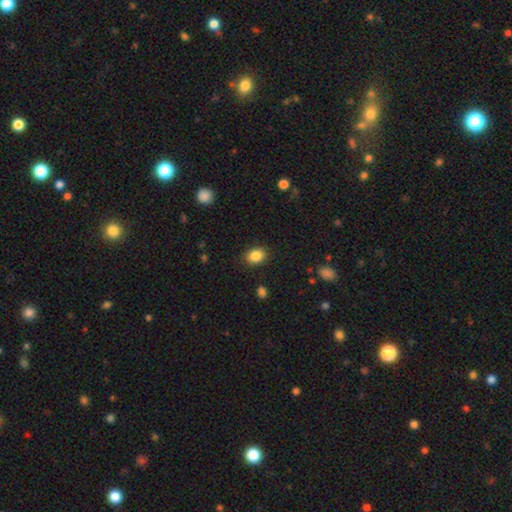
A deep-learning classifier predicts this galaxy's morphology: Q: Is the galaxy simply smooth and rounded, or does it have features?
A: smooth — 87%.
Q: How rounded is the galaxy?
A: in between — 61%.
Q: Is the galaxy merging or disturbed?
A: none — 86%.